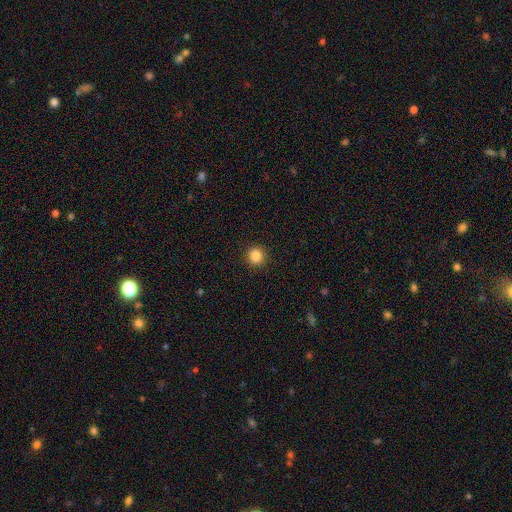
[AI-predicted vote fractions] Smooth or featured: smooth — 86% (star or artifact — 11%)
How rounded: round — 93% (in between — 6%)
Merging: none — 92% (minor disturbance — 5%)